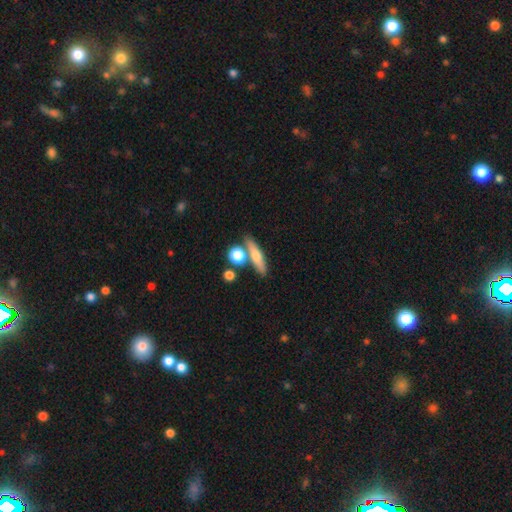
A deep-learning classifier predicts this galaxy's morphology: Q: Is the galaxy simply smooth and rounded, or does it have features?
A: smooth — 58%.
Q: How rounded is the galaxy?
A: cigar-shaped — 62%.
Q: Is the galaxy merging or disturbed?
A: none — 70%.